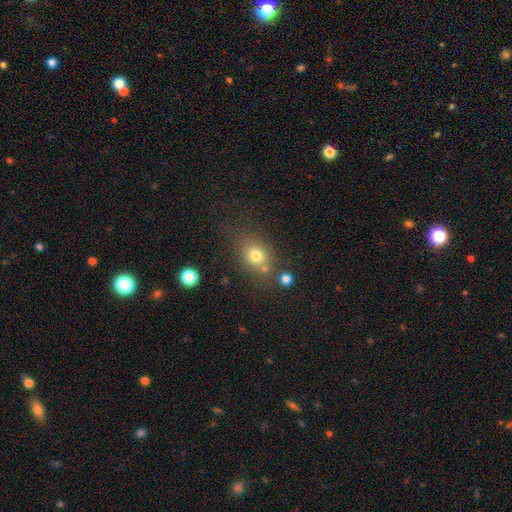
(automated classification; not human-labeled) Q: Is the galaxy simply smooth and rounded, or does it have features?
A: smooth — 75%.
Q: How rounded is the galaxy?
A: round — 55%.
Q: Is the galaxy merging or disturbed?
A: none — 62%.